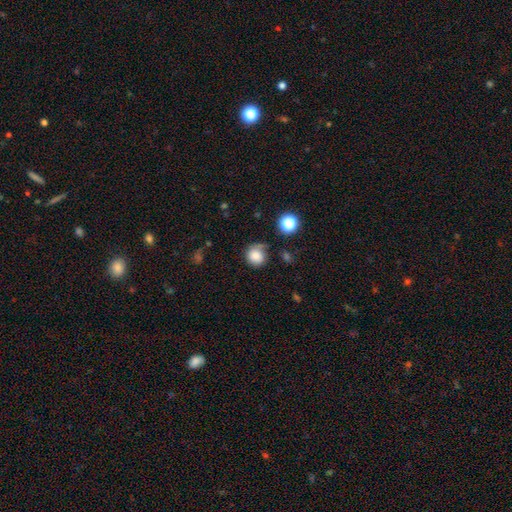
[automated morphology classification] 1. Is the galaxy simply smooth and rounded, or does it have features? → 78% smooth, 11% star or artifact, 11% featured or disk.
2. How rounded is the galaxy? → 87% round, 12% in between, 1% cigar-shaped.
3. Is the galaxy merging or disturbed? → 58% none, 26% minor disturbance, 11% major disturbance, 5% merger.